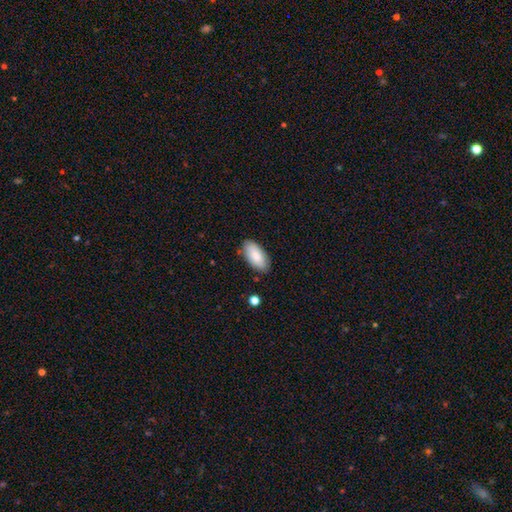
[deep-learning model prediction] smooth-or-featured: smooth: 85% | featured or disk: 9% | star or artifact: 6%
  how-rounded: in between: 92% | cigar-shaped: 7% | round: 2%
  merging: none: 83% | minor disturbance: 13% | major disturbance: 2% | merger: 2%